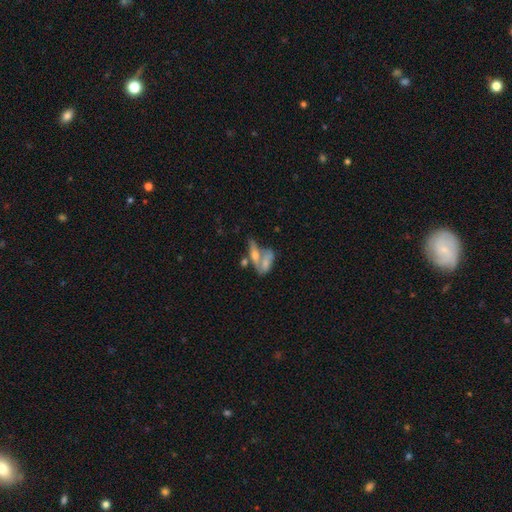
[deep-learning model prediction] Morphology: type=smooth (50%); merging=merger (53%).